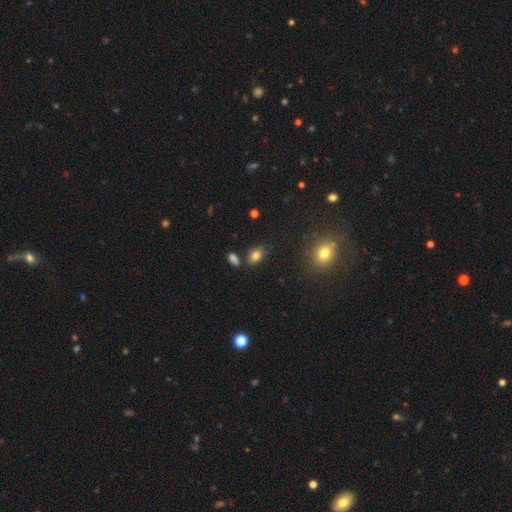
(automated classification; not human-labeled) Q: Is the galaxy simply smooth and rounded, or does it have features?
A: smooth — 81%.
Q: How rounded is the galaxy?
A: in between — 83%.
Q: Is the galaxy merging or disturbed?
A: none — 77%.